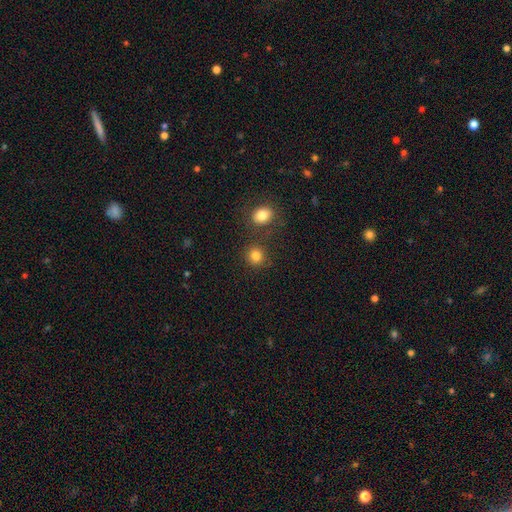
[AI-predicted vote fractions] Smooth or featured?
  - smooth: 83% *
  - star or artifact: 12%
  - featured or disk: 5%
How rounded?
  - round: 87% *
  - in between: 12%
  - cigar-shaped: 1%
Merging?
  - none: 81% *
  - merger: 9%
  - minor disturbance: 8%
  - major disturbance: 3%